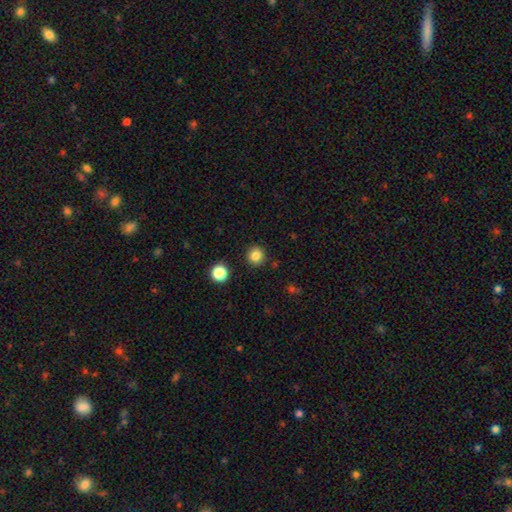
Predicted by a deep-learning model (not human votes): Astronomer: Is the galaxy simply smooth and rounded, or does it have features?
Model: smooth — 83%.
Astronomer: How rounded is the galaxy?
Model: round — 92%.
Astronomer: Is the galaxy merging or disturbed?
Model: none — 90%.